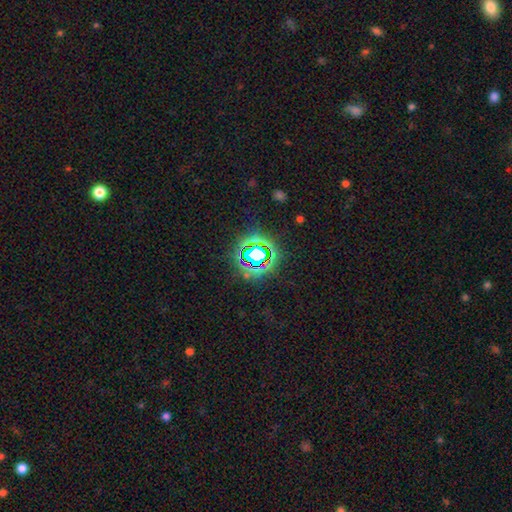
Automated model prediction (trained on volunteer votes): This is likely a star or artifact rather than a galaxy (69%).